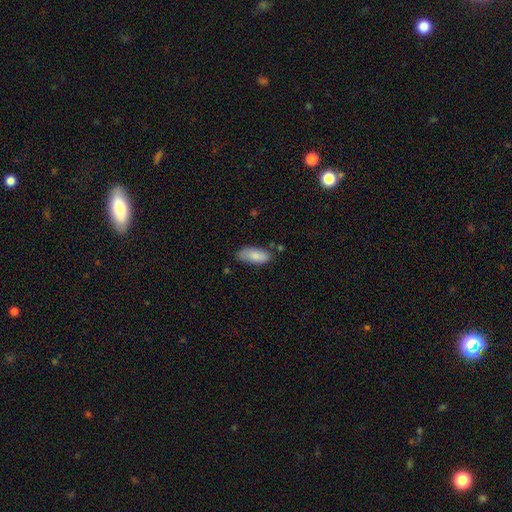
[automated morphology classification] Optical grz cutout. It shows a smooth galaxy with no disk features (85%) that is in between round and cigar-shaped (82%). Merging: none (71%).